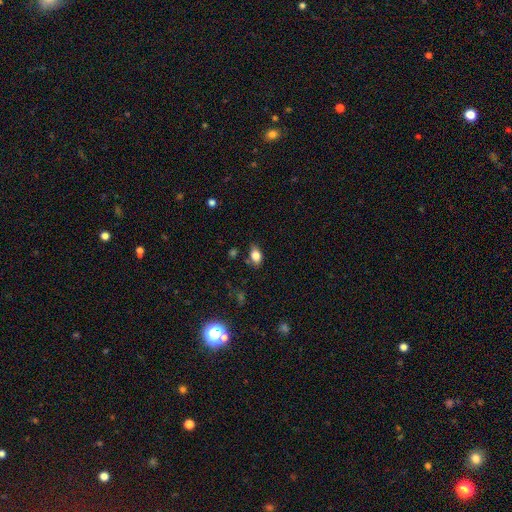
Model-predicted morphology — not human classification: smooth 79%, star or artifact 10%, featured or disk 10%. Down the decision tree: how rounded — in between (83%); merging — none (72%).